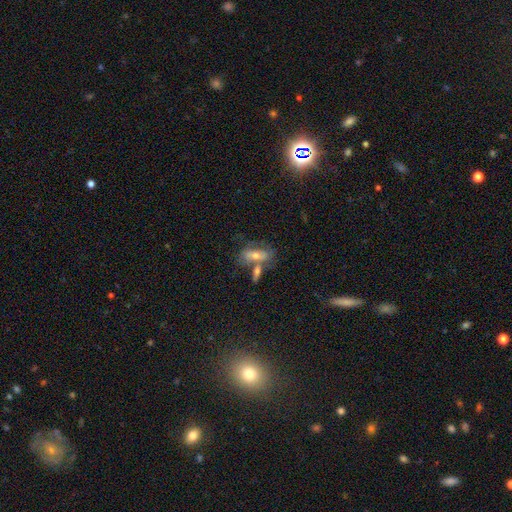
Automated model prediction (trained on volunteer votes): Smooth or featured? featured or disk (45%)
Merging? none (43%)